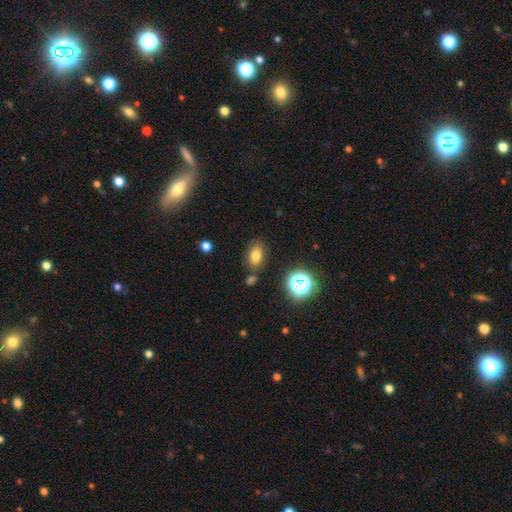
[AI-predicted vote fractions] smooth_or_featured: smooth (p=0.75) [alt: star or artifact p=0.15]
how_rounded: in between (p=0.80) [alt: round p=0.18]
merging: none (p=0.78) [alt: minor disturbance p=0.12]